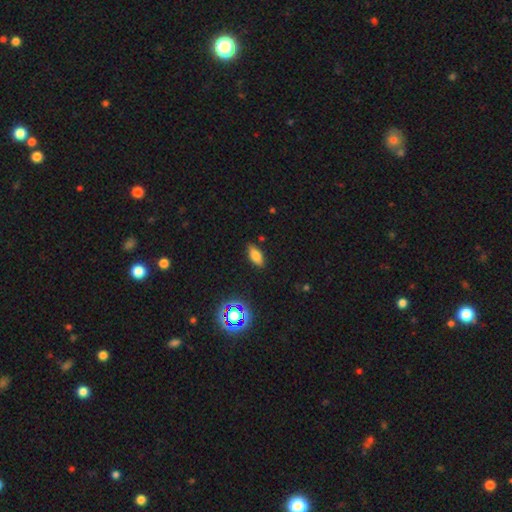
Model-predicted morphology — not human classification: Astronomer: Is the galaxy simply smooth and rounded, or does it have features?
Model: smooth — 72%.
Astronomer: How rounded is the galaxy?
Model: in between — 83%.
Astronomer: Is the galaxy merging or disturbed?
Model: none — 87%.